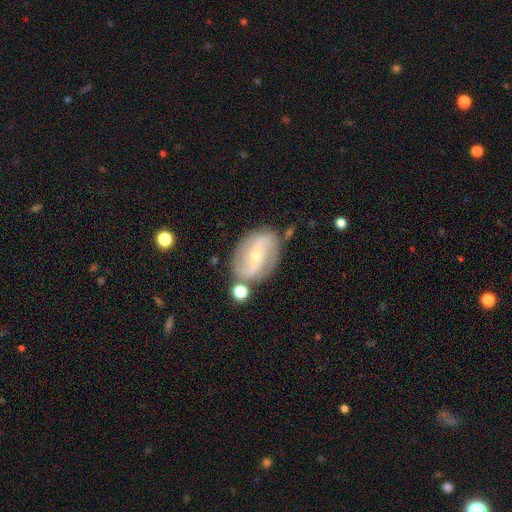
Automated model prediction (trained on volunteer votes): This is clearly a featured or disk galaxy (83%). It is clearly not viewed edge-on (96%). Bar: marginally no (39%). Spiral arm pattern: clearly yes (92%). Spiral arm count: likely 2 (79%). Spiral winding: marginally medium (42%). Central bulge: likely small (72%). Merging: likely none (74%).